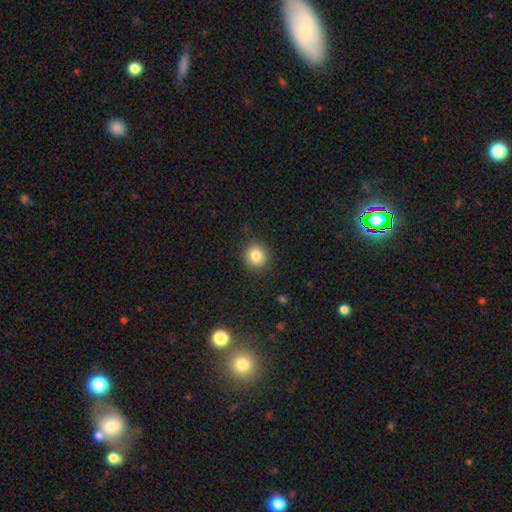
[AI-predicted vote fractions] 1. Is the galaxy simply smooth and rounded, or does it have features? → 83% smooth, 10% star or artifact, 7% featured or disk.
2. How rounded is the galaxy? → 86% round, 13% in between, 1% cigar-shaped.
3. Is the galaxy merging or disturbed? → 88% none, 8% minor disturbance, 3% major disturbance, 1% merger.